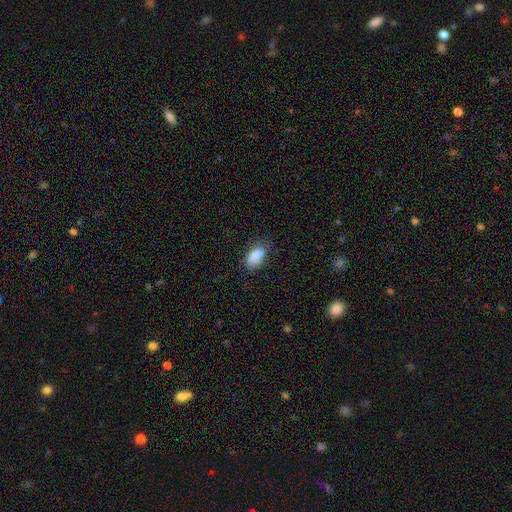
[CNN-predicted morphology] Smooth or featured? Predicted: smooth (p=0.85). How rounded? Predicted: in between (p=0.88). Merging? Predicted: none (p=0.63).